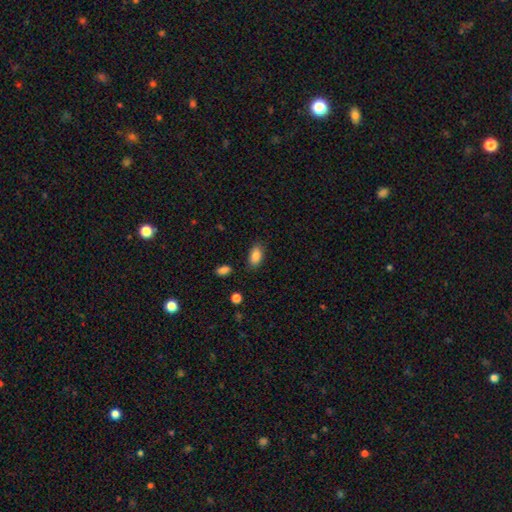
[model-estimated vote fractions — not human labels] The model was most divided on "merging": none: 84%, minor disturbance: 11%, major disturbance: 3%, merger: 2%. More confident: how rounded — in between (91%); smooth or featured — smooth (86%).